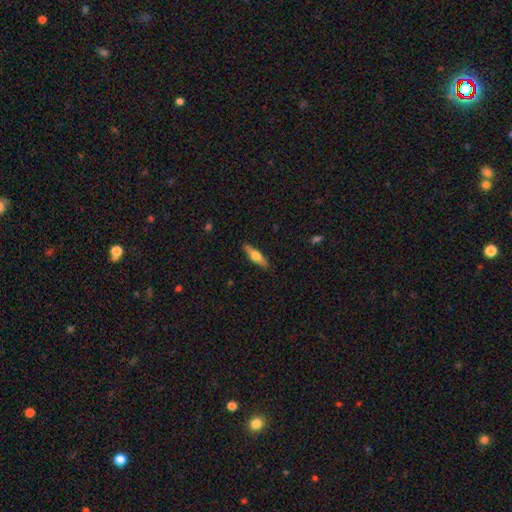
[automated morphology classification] smooth_or_featured: featured or disk (p=0.47) [tied with: smooth p=0.47]
merging: none (p=0.87) [alt: minor disturbance p=0.10]